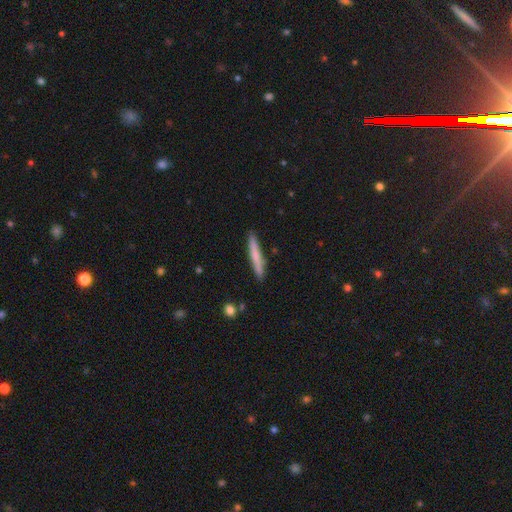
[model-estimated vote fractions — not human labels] Smooth or featured: smooth — 69% (featured or disk — 26%)
How rounded: cigar-shaped — 95% (in between — 3%)
Merging: none — 89% (minor disturbance — 8%)